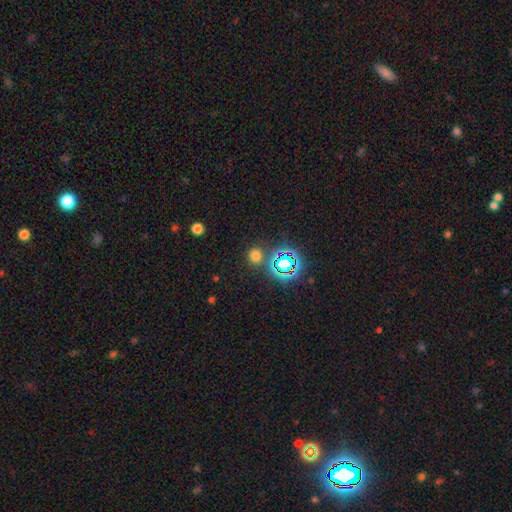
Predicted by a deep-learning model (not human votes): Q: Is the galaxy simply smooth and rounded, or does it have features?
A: smooth — 64%.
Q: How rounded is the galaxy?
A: round — 86%.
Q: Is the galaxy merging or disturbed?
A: none — 82%.